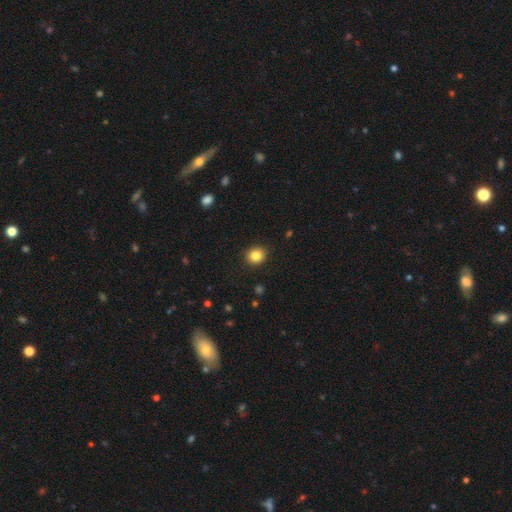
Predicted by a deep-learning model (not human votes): Q: Smooth or featured?
A: smooth (84%); runner-up: star or artifact (11%)
Q: How rounded?
A: round (81%); runner-up: in between (19%)
Q: Merging?
A: none (91%); runner-up: minor disturbance (6%)